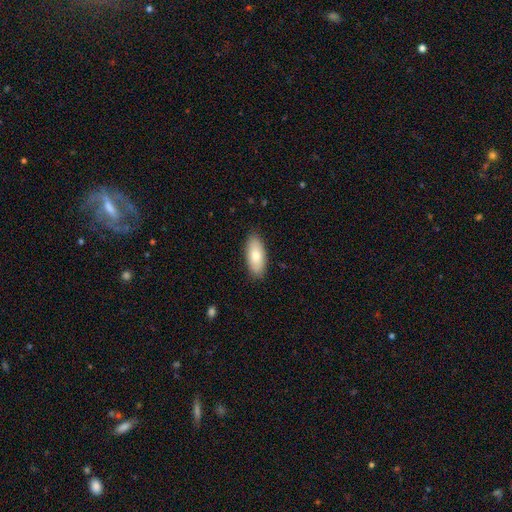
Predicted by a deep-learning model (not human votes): Q: Smooth or featured?
A: smooth (78%); runner-up: featured or disk (16%)
Q: How rounded?
A: in between (88%); runner-up: cigar-shaped (10%)
Q: Merging?
A: none (87%); runner-up: minor disturbance (10%)